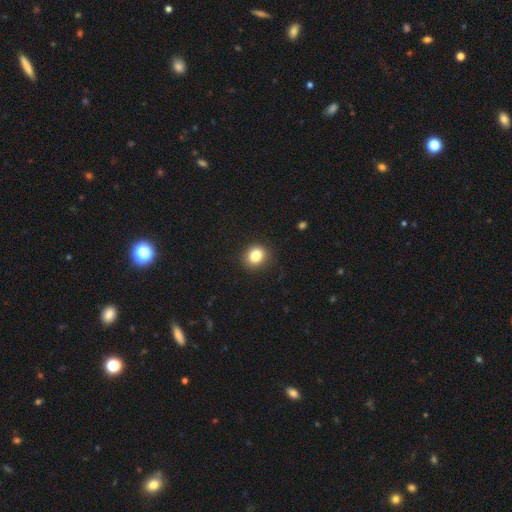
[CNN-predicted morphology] Smooth or featured: smooth — 83% (star or artifact — 11%)
How rounded: round — 75% (in between — 24%)
Merging: none — 90% (minor disturbance — 7%)